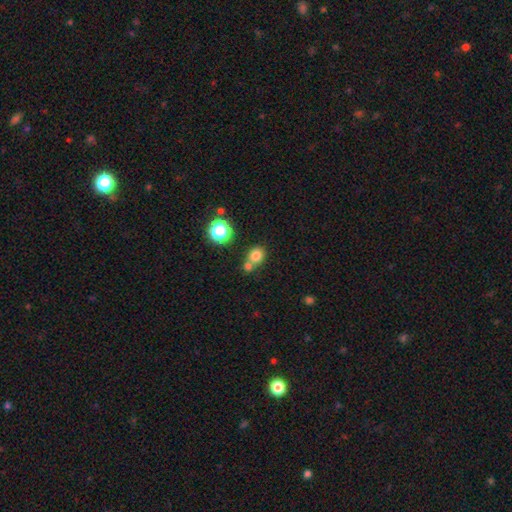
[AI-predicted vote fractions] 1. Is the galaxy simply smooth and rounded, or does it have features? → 78% smooth, 15% star or artifact, 8% featured or disk.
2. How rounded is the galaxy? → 73% round, 26% in between, 1% cigar-shaped.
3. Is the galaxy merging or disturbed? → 51% none, 37% merger, 9% minor disturbance, 3% major disturbance.